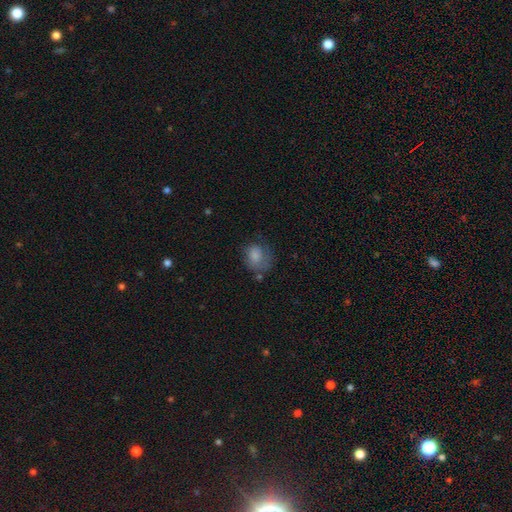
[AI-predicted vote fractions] Q: Smooth or featured?
A: smooth (70%); runner-up: featured or disk (22%)
Q: How rounded?
A: round (53%); runner-up: in between (46%)
Q: Merging?
A: none (46%); runner-up: minor disturbance (27%)